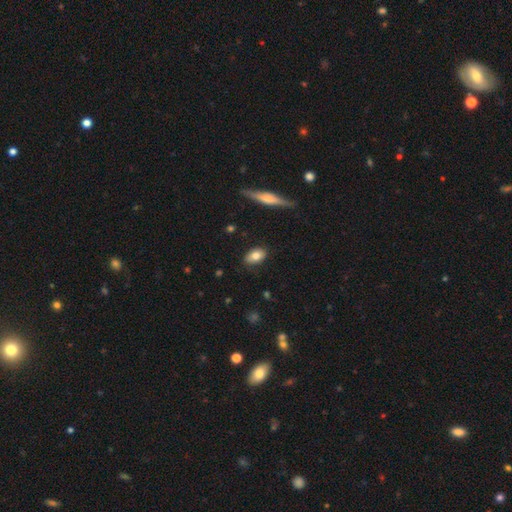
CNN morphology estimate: smooth-or-featured: smooth: 78% | featured or disk: 14% | star or artifact: 7%
  how-rounded: in between: 86% | round: 11% | cigar-shaped: 3%
  merging: none: 83% | minor disturbance: 13% | major disturbance: 3% | merger: 1%